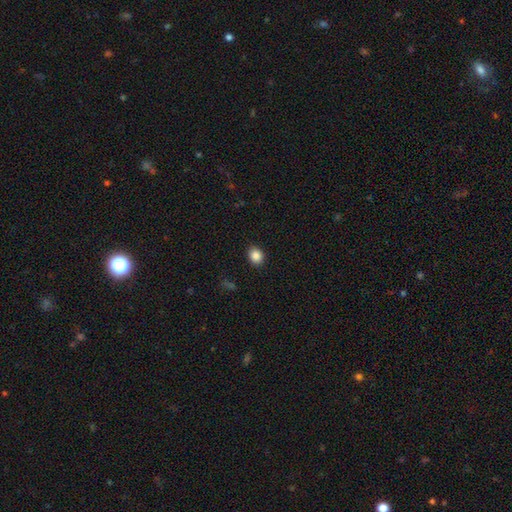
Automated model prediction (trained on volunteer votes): Smooth or featured? Predicted: smooth (p=0.86). How rounded? Predicted: round (p=0.58). Merging? Predicted: none (p=0.90).